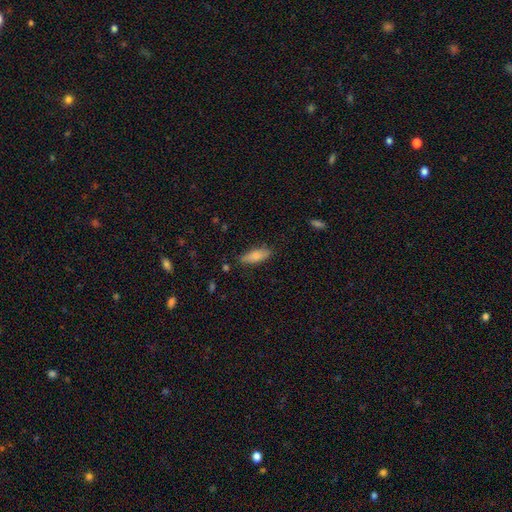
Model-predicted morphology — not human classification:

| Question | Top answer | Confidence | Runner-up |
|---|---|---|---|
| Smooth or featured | smooth | 83% | featured or disk (10%) |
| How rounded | in between | 61% | cigar-shaped (37%) |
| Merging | none | 81% | minor disturbance (14%) |